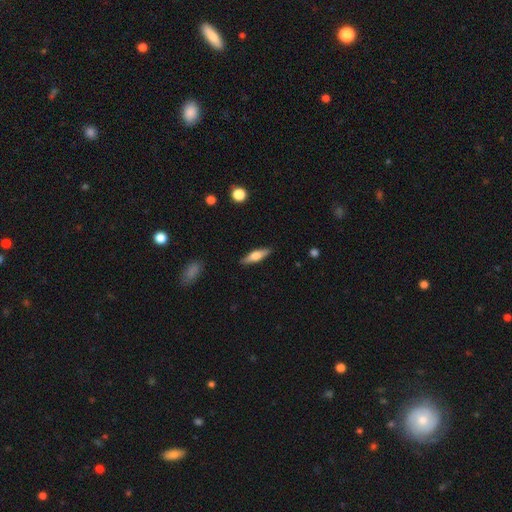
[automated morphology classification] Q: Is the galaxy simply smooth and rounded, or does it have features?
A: smooth — 50%.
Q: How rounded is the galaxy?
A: cigar-shaped — 61%.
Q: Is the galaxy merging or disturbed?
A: none — 89%.